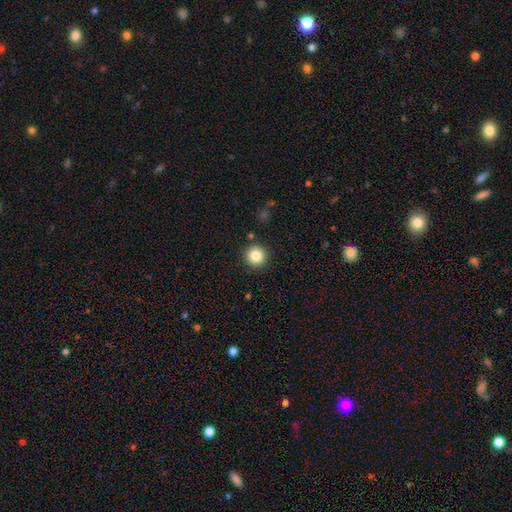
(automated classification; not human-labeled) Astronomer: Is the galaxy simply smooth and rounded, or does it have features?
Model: smooth — 84%.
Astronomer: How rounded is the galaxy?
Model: round — 96%.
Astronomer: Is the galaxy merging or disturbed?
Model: none — 91%.